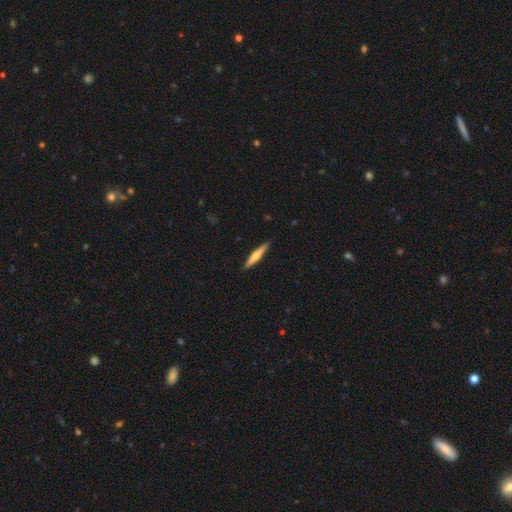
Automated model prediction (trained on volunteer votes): smooth_or_featured: featured or disk (p=0.50) [alt: smooth p=0.44]
disk_edge_on: yes (p=0.96) [alt: no p=0.04]
merging: none (p=0.90) [alt: minor disturbance p=0.07]